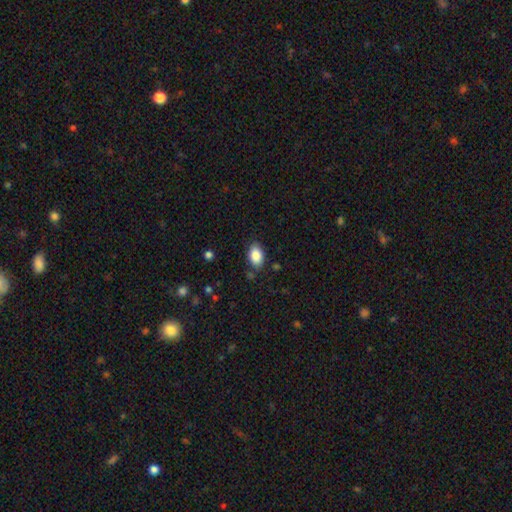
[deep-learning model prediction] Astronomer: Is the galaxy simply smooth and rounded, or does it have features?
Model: smooth — 87%.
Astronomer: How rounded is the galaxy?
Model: in between — 90%.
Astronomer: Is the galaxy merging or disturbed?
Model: none — 82%.